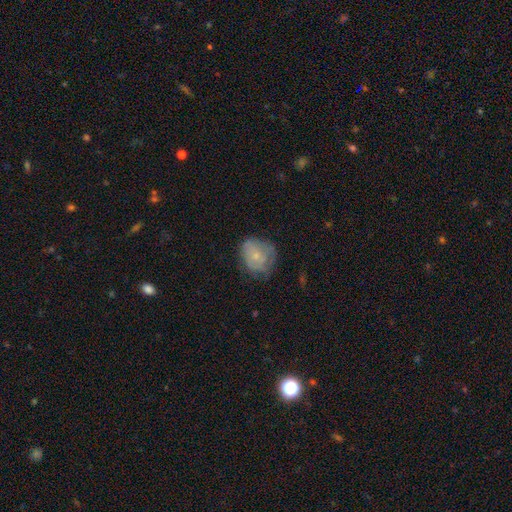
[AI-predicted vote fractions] A smooth galaxy with no disk features (58%) that is round (61%).

Vote fractions:
- Smooth or featured? smooth: 58% / featured or disk: 34% / star or artifact: 8%
- How rounded? round: 61% / in between: 38% / cigar-shaped: 1%
- Merging? none: 52% / minor disturbance: 31% / major disturbance: 15% / merger: 1%